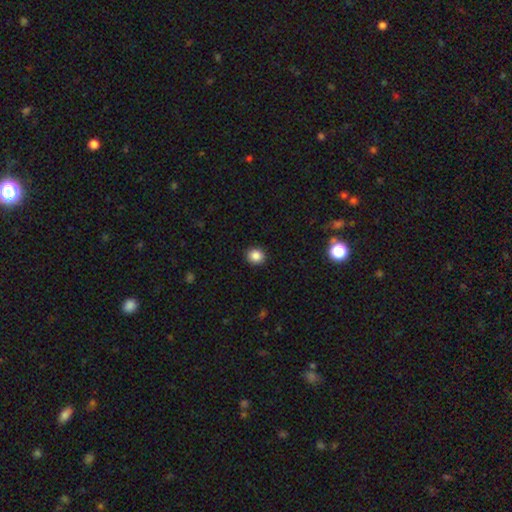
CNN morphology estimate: This is clearly a smooth galaxy (86%). How rounded: clearly round (82%). Merging: clearly none (92%).